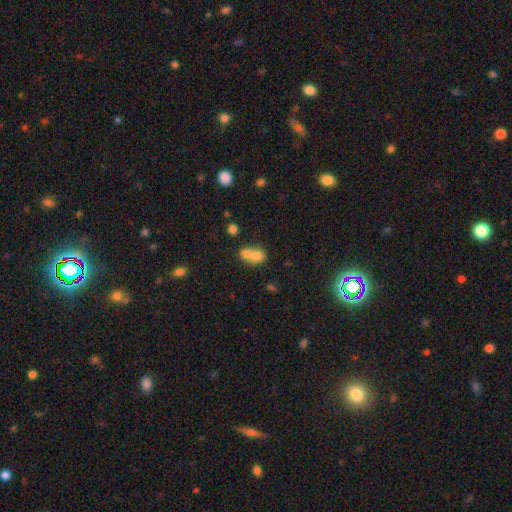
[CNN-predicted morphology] smooth-or-featured: smooth: 72% | featured or disk: 17% | star or artifact: 10%
  how-rounded: round: 61% | in between: 38% | cigar-shaped: 1%
  merging: merger: 70% | none: 22% | minor disturbance: 5% | major disturbance: 3%